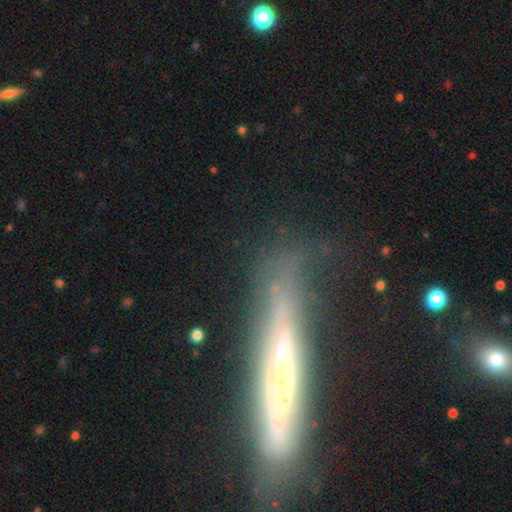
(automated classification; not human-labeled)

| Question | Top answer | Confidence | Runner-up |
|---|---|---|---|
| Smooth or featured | featured or disk | 68% | smooth (21%) |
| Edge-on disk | yes | 78% | no (22%) |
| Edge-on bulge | none | 61% | rounded (24%) |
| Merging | none | 60% | minor disturbance (22%) |